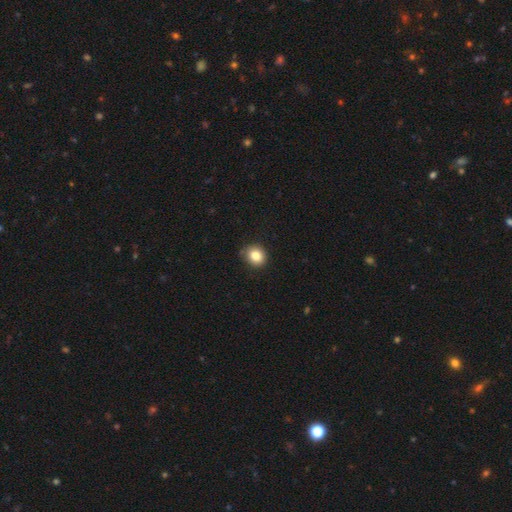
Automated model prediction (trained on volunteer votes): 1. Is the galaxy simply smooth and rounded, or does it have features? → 84% smooth, 10% star or artifact, 6% featured or disk.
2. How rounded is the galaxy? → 74% round, 25% in between, 1% cigar-shaped.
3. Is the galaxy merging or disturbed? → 85% none, 12% minor disturbance, 2% major disturbance, 1% merger.